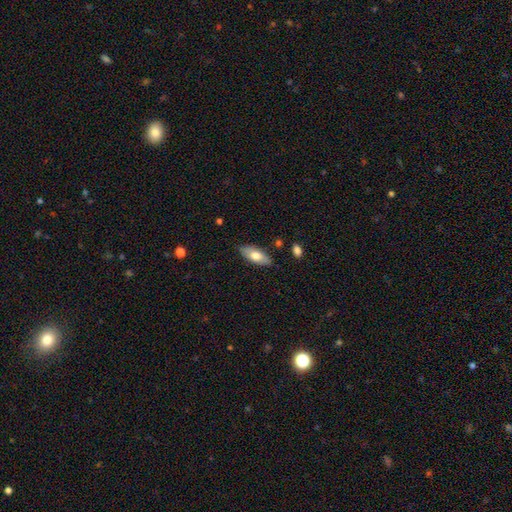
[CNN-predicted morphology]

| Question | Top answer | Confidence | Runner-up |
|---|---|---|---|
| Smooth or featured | smooth | 70% | featured or disk (24%) |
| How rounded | in between | 84% | cigar-shaped (14%) |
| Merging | none | 84% | minor disturbance (12%) |